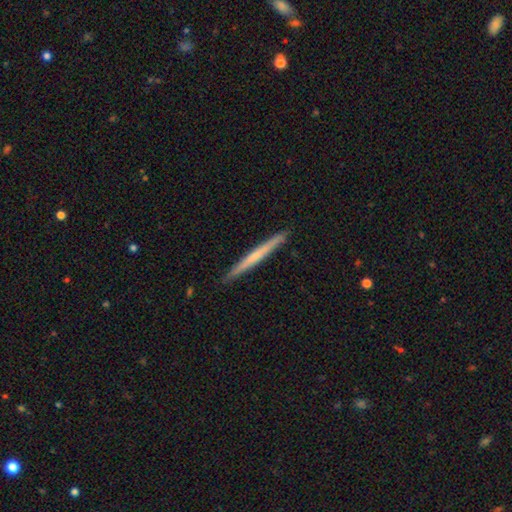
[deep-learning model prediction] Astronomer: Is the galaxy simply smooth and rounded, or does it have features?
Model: featured or disk — 49% (runner-up: smooth, 46%).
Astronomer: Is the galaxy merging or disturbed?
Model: none — 92%.